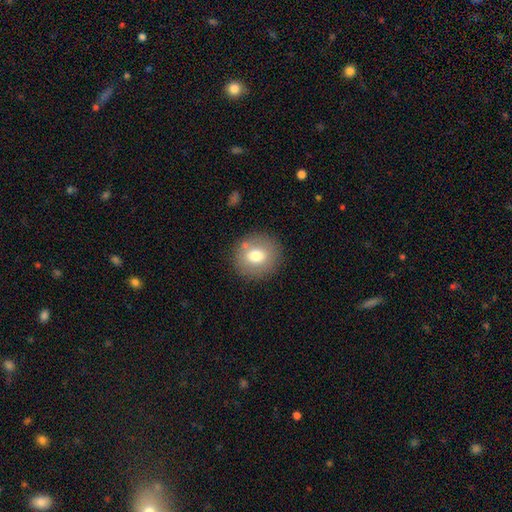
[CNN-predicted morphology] smooth-or-featured: smooth: 73% | featured or disk: 17% | star or artifact: 10%
  how-rounded: round: 84% | in between: 16% | cigar-shaped: 1%
  merging: none: 83% | minor disturbance: 10% | merger: 4% | major disturbance: 3%